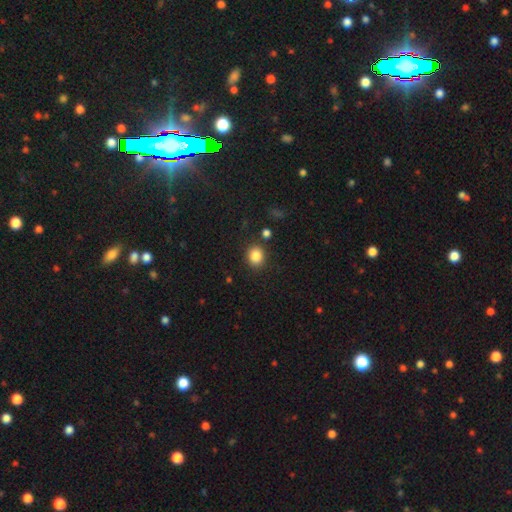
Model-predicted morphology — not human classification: smooth-or-featured: smooth: 85% | star or artifact: 10% | featured or disk: 5%
  how-rounded: round: 73% | in between: 26% | cigar-shaped: 1%
  merging: none: 86% | minor disturbance: 8% | merger: 4% | major disturbance: 3%